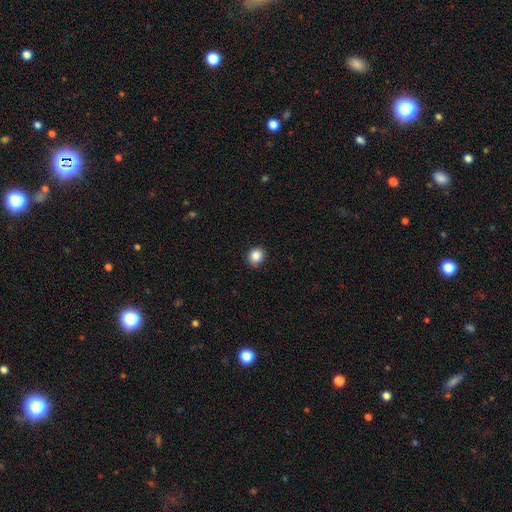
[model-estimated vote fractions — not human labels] Overall: smooth (86%). How rounded: round (82%). Merging: none (84%).